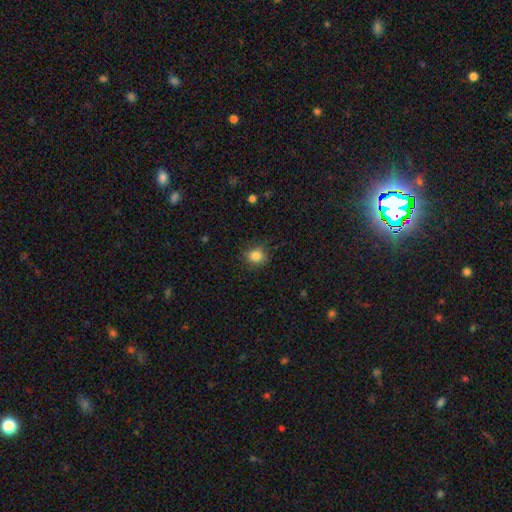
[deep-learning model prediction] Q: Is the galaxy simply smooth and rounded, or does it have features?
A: smooth — 84%.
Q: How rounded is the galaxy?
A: round — 74%.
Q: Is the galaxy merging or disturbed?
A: none — 85%.